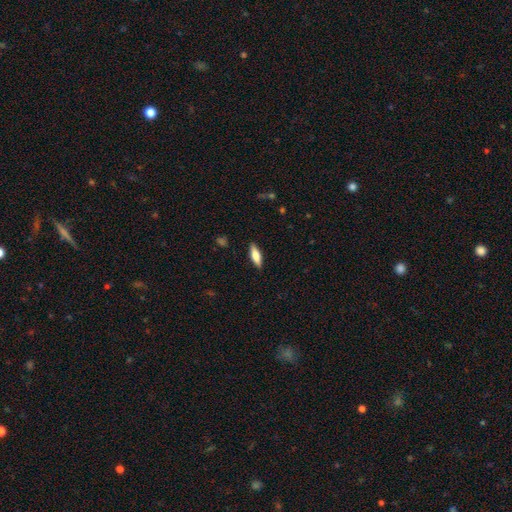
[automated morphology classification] Q: Smooth or featured?
A: smooth (71%); runner-up: featured or disk (23%)
Q: How rounded?
A: in between (49%); tied with: cigar-shaped (49%)
Q: Merging?
A: none (88%); runner-up: minor disturbance (9%)